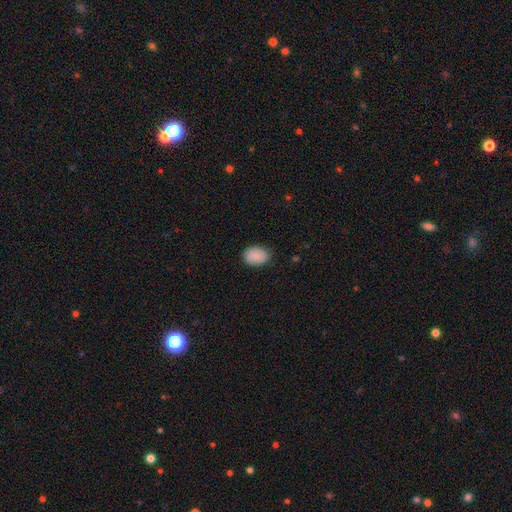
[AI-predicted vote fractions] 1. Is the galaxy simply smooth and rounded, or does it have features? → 87% smooth, 7% star or artifact, 6% featured or disk.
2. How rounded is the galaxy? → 74% in between, 25% round, 1% cigar-shaped.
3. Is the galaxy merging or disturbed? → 80% none, 16% minor disturbance, 3% major disturbance, 1% merger.